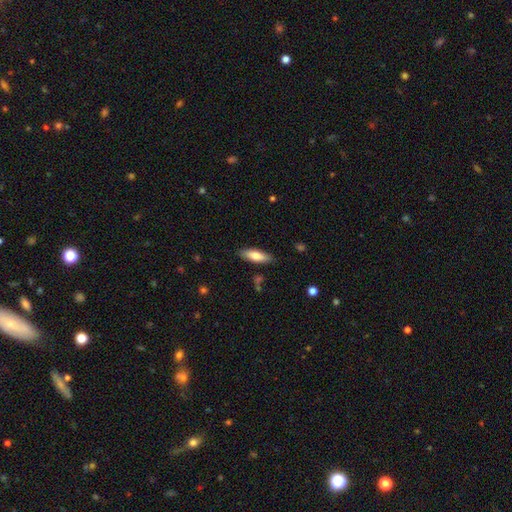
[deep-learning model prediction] Smooth or featured?
  - smooth: 75% *
  - featured or disk: 19%
  - star or artifact: 6%
How rounded?
  - in between: 53% *
  - cigar-shaped: 45%
  - round: 2%
Merging?
  - none: 85% *
  - minor disturbance: 11%
  - major disturbance: 2%
  - merger: 2%